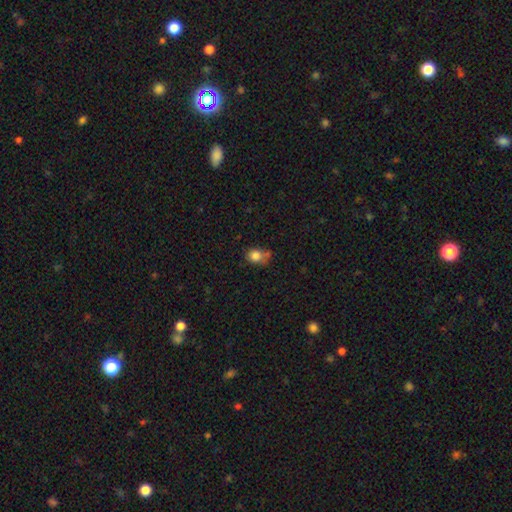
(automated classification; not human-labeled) This appears to be a smooth galaxy with no disk features (81%) that is round (63%). Merging: none (44%).